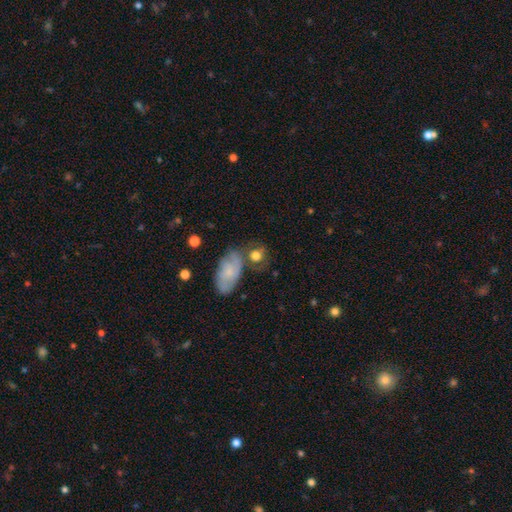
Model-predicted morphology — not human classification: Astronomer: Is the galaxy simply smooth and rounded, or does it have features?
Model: smooth — 72%.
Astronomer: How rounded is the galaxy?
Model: round — 55% (runner-up: in between, 42%).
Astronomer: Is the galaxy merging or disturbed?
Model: none — 53%.